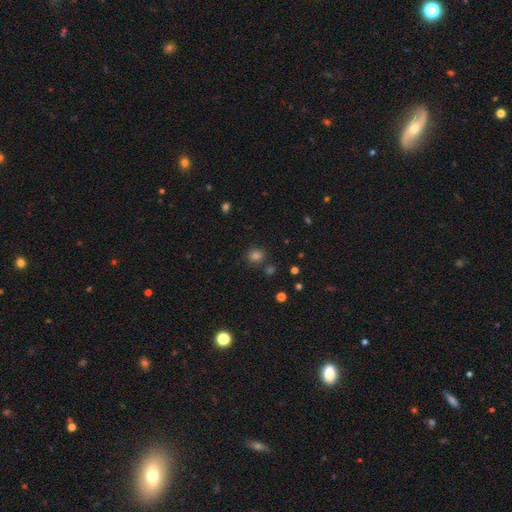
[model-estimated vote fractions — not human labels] A smooth galaxy with no disk features (76%) that is round (76%). Merging: none (82%).